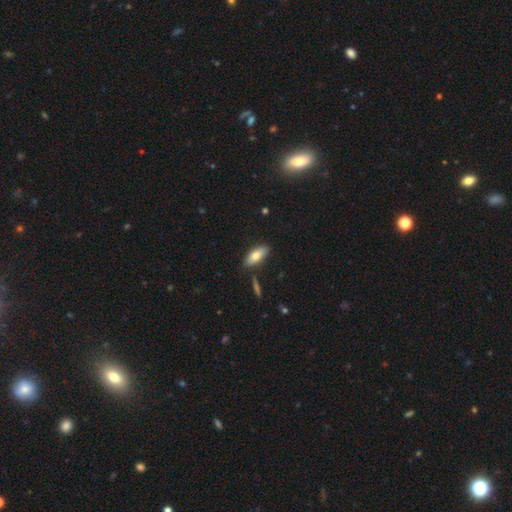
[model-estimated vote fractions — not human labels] Smooth or featured? smooth (75%)
How rounded? in between (79%)
Merging? none (84%)